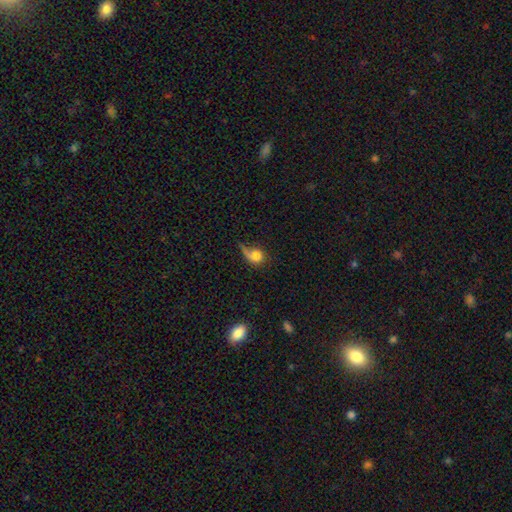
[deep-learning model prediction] smooth 67%, featured or disk 23%, star or artifact 10%. Down the decision tree: how rounded — round (65%); merging — major disturbance (37%).